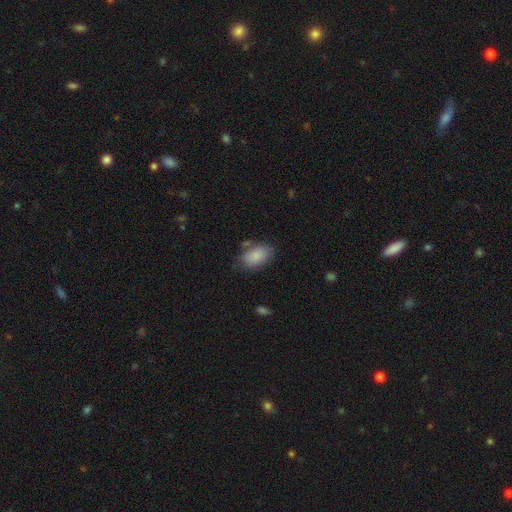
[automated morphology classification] Overall: smooth (87%). How rounded: in between (91%). Merging: none (67%).